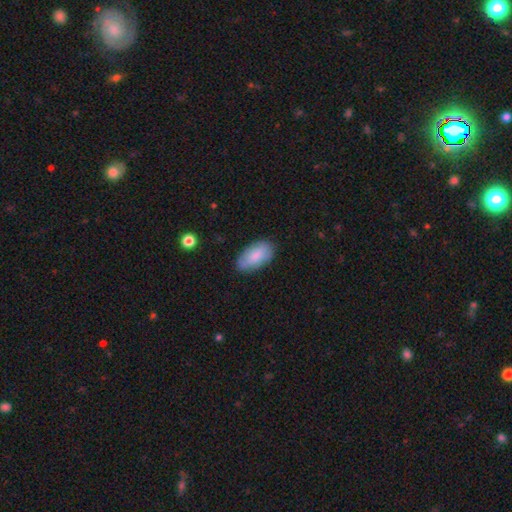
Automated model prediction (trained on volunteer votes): smooth_or_featured: smooth (p=0.80) [alt: featured or disk p=0.14]
how_rounded: in between (p=0.95) [alt: cigar-shaped p=0.03]
merging: none (p=0.78) [alt: minor disturbance p=0.17]